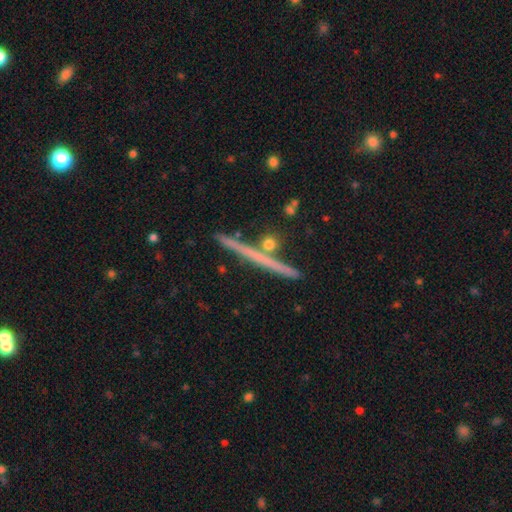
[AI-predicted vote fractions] smooth-or-featured: featured or disk: 65% | smooth: 25% | star or artifact: 10%
  disk-edge-on: yes: 96% | no: 4%
    edge-on-bulge: none: 69% | rounded: 24% | boxy: 6%
  merging: none: 82% | minor disturbance: 9% | merger: 5% | major disturbance: 3%